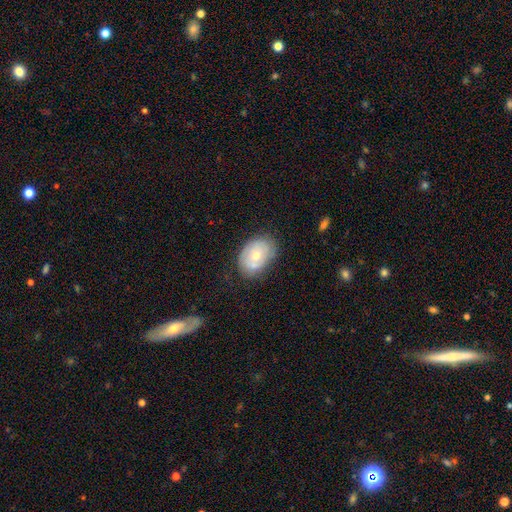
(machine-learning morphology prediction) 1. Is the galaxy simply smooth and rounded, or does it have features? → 55% smooth, 37% featured or disk, 7% star or artifact.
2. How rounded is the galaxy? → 79% in between, 20% round, 1% cigar-shaped.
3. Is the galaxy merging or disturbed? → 68% none, 22% minor disturbance, 6% major disturbance, 4% merger.